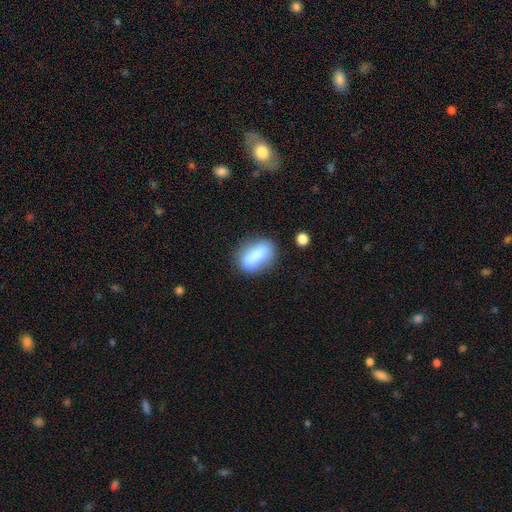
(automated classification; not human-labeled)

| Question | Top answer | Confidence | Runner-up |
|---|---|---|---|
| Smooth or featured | smooth | 81% | featured or disk (11%) |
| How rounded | in between | 82% | cigar-shaped (11%) |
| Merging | none | 72% | minor disturbance (17%) |